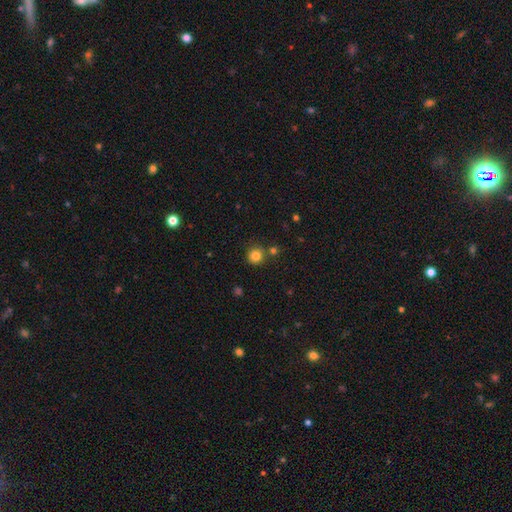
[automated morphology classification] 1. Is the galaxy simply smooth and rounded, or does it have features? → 83% smooth, 12% star or artifact, 5% featured or disk.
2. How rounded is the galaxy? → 93% round, 6% in between, 1% cigar-shaped.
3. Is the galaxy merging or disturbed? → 79% none, 10% merger, 8% minor disturbance, 3% major disturbance.